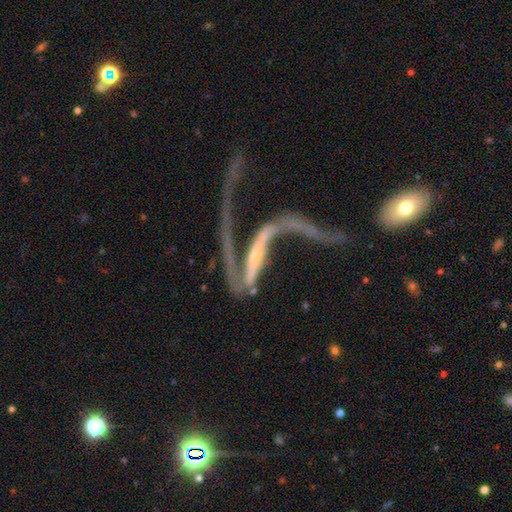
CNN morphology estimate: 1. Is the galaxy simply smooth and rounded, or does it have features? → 82% featured or disk, 10% smooth, 8% star or artifact.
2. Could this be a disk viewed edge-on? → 75% no, 25% yes.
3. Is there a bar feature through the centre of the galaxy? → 43% strong, 35% no, 22% weak.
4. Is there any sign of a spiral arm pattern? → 72% yes, 28% no.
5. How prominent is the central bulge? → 55% small, 20% none, 19% moderate, 3% large, 2% dominant.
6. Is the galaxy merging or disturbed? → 50% major disturbance, 21% merger, 19% none, 10% minor disturbance.